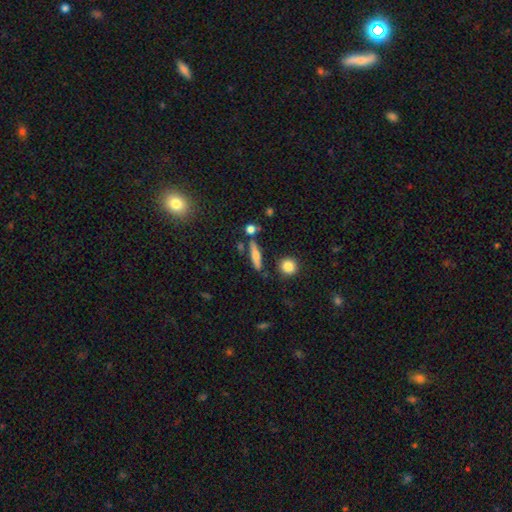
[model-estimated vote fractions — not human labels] smooth-or-featured: smooth: 57% | featured or disk: 34% | star or artifact: 9%
  how-rounded: cigar-shaped: 74% | in between: 20% | round: 6%
  merging: none: 79% | minor disturbance: 11% | merger: 8% | major disturbance: 3%